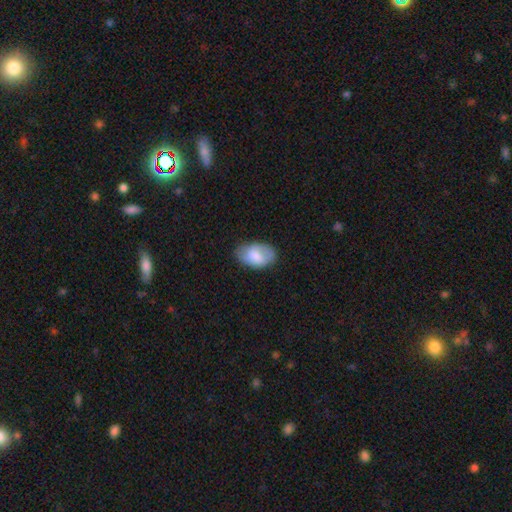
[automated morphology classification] smooth 75%, featured or disk 19%, star or artifact 7%. Down the decision tree: how rounded — in between (93%); merging — none (72%).